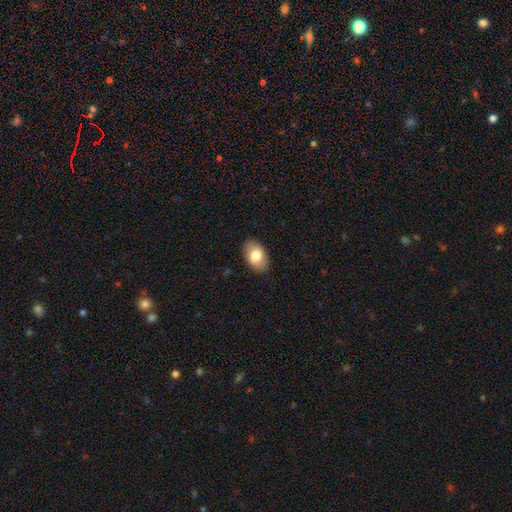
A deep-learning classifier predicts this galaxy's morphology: Smooth or featured: smooth — 79% (featured or disk — 14%)
How rounded: in between — 91% (round — 8%)
Merging: none — 88% (minor disturbance — 9%)